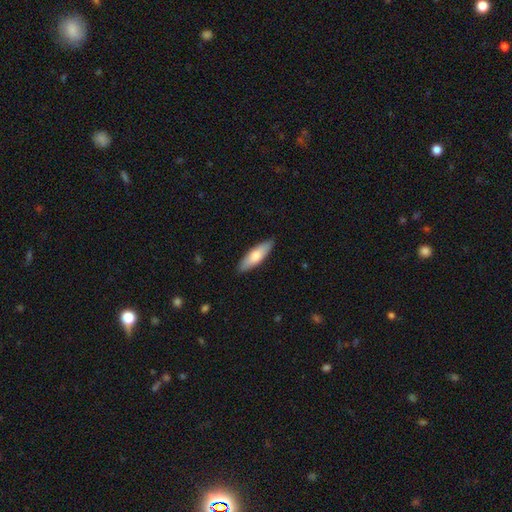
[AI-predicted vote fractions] This appears to be a smooth galaxy with no disk features (71%) that is in between round and cigar-shaped (49%, tied with cigar-shaped). Merging: none (89%).